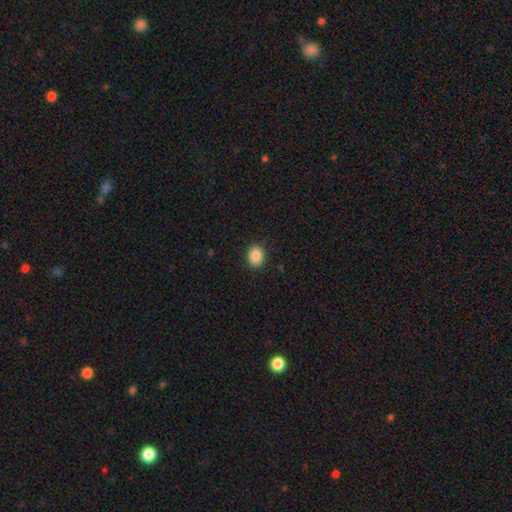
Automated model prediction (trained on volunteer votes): Q: Smooth or featured?
A: smooth (87%); runner-up: star or artifact (9%)
Q: How rounded?
A: round (56%); runner-up: in between (44%)
Q: Merging?
A: none (90%); runner-up: minor disturbance (7%)